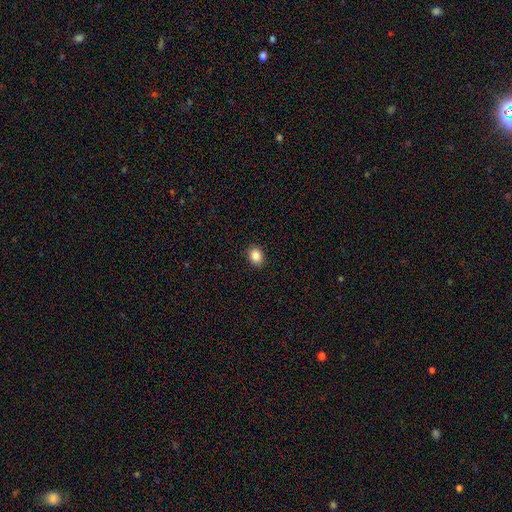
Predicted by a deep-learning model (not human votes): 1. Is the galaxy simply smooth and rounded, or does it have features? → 86% smooth, 10% star or artifact, 5% featured or disk.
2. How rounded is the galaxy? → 50% in between, 49% round, 1% cigar-shaped.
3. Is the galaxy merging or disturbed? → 91% none, 6% minor disturbance, 2% major disturbance, 1% merger.